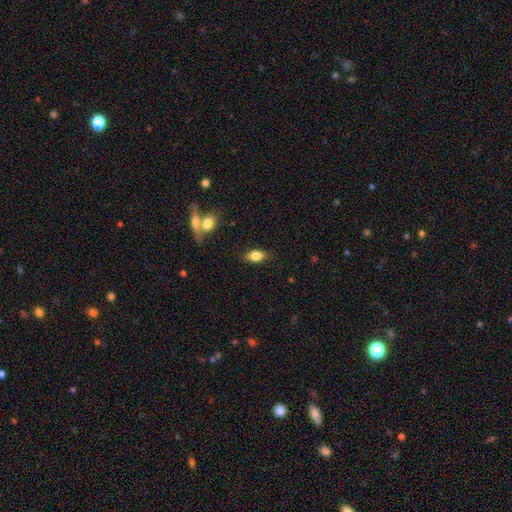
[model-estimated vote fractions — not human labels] smooth-or-featured: smooth: 74% | featured or disk: 18% | star or artifact: 8%
  how-rounded: in between: 82% | round: 10% | cigar-shaped: 8%
  merging: none: 79% | minor disturbance: 13% | merger: 4% | major disturbance: 4%